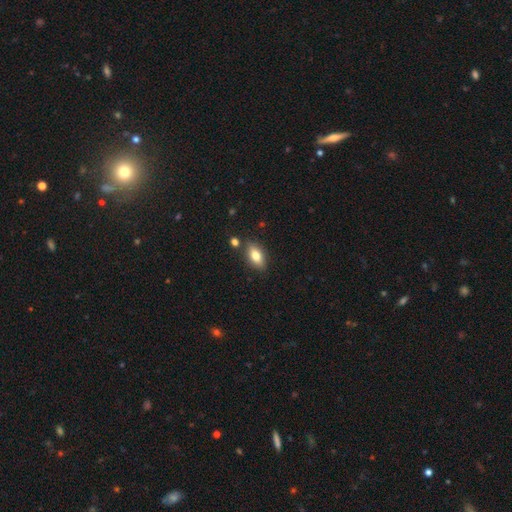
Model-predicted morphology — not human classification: Smooth or featured: smooth — 75% (featured or disk — 17%)
How rounded: in between — 87% (cigar-shaped — 8%)
Merging: none — 82% (minor disturbance — 11%)